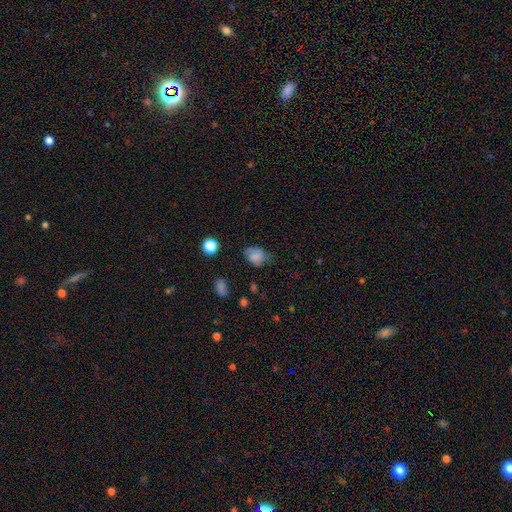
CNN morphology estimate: Smooth or featured: smooth — 71% (featured or disk — 18%)
How rounded: in between — 67% (round — 32%)
Merging: none — 56% (minor disturbance — 31%)